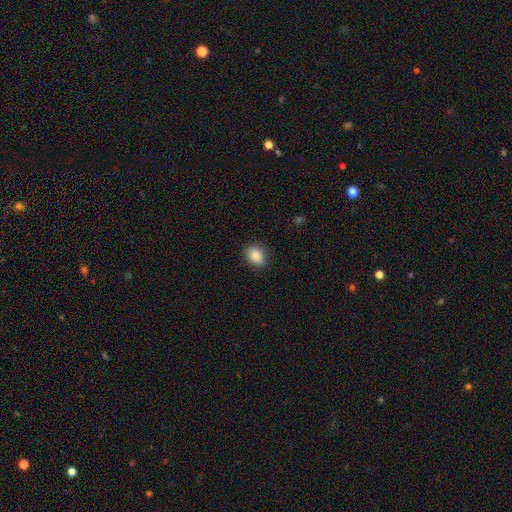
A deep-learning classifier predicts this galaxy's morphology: smooth 87%, star or artifact 8%, featured or disk 4%. Down the decision tree: how rounded — in between (71%); merging — none (84%).